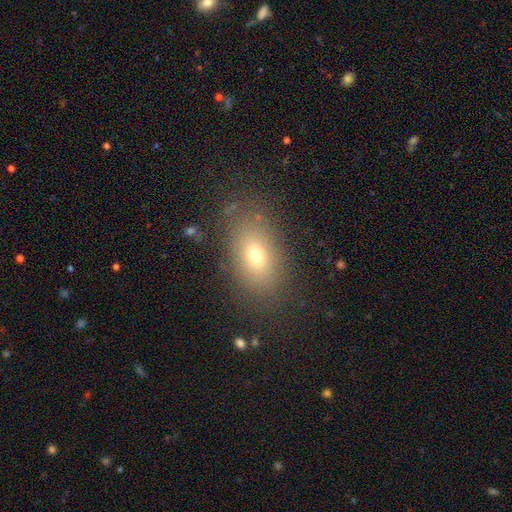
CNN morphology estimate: Smooth or featured? smooth (71%)
How rounded? in between (85%)
Merging? none (81%)